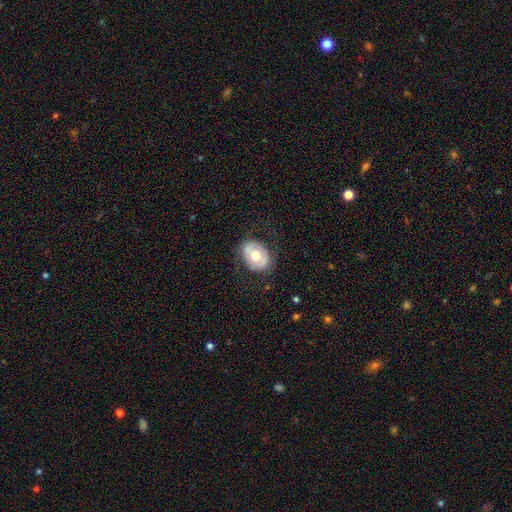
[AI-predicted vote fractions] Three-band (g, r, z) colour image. It shows a smooth galaxy with no disk features (55%) that is in between round and cigar-shaped (63%). Merging: none (77%).